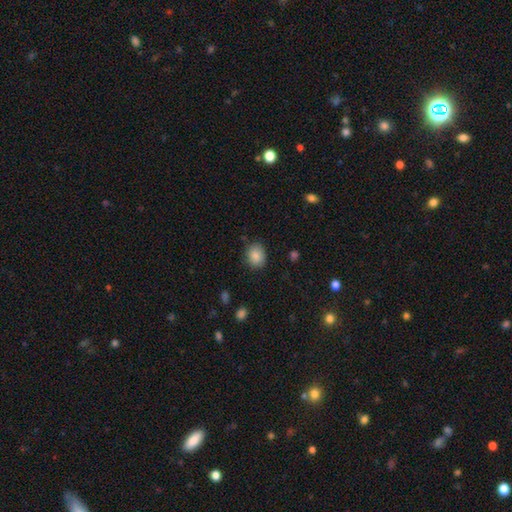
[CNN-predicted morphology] type=smooth (86%); roundness=round (53%); merging=none (84%).